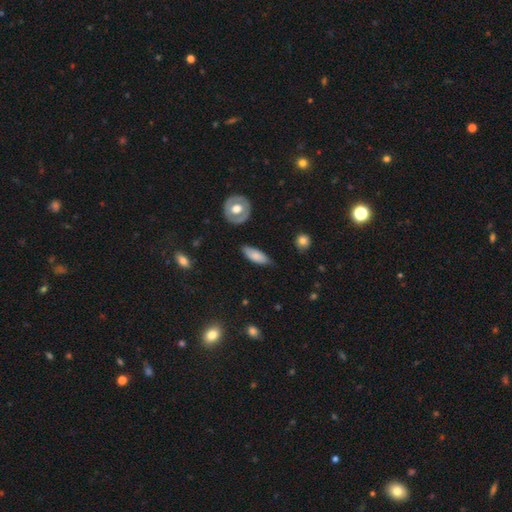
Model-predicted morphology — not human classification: The model was most divided on "how rounded": in between: 71%, cigar-shaped: 25%, round: 4%. More confident: merging — none (75%); smooth or featured — smooth (74%).